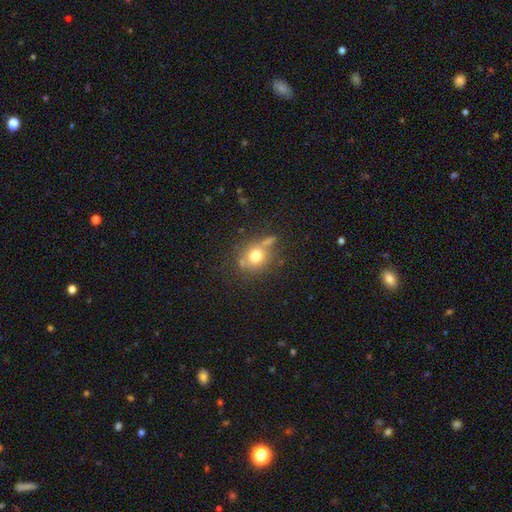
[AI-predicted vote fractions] Smooth or featured? Predicted: smooth (p=0.73). How rounded? Predicted: round (p=0.83). Merging? Predicted: none (p=0.64).